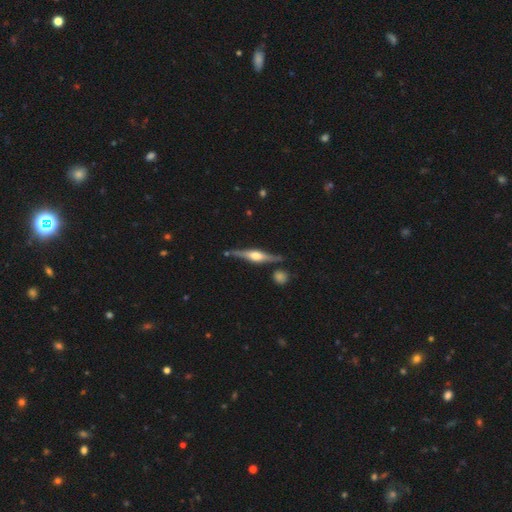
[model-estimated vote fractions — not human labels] A featured or disk galaxy (79%) viewed edge-on (97%) with a rounded central bulge (89%). Merging: none (82%).